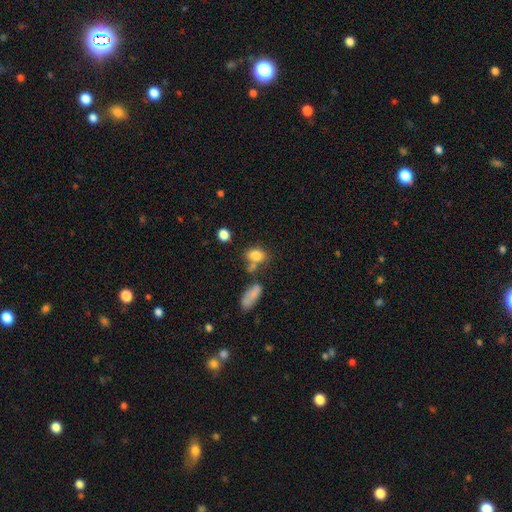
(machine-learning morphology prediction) Smooth or featured? Predicted: smooth (p=0.81). How rounded? Predicted: in between (p=0.74). Merging? Predicted: none (p=0.53).